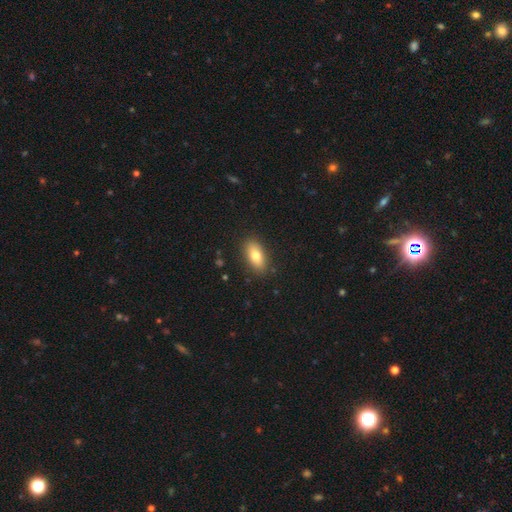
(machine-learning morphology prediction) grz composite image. It shows a smooth galaxy with no disk features (78%) that is in between round and cigar-shaped (86%). Merging: none (88%).